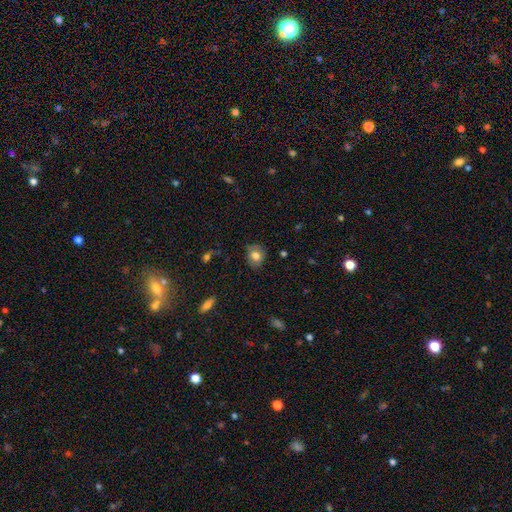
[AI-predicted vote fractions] Morphology: type=smooth (76%); roundness=round (58%); merging=none (76%).